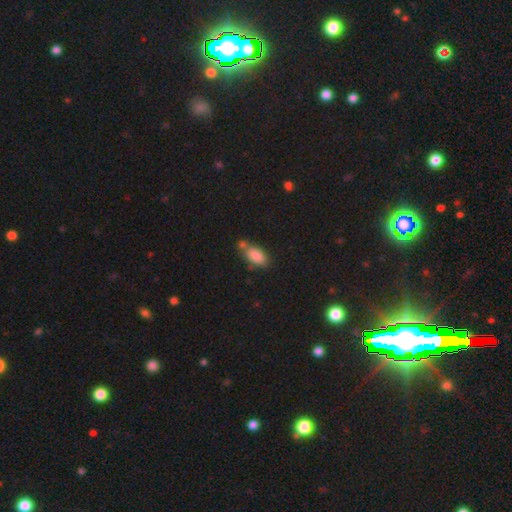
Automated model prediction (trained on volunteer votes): smooth 86%, star or artifact 8%, featured or disk 6%. Down the decision tree: how rounded — in between (91%); merging — none (52%).